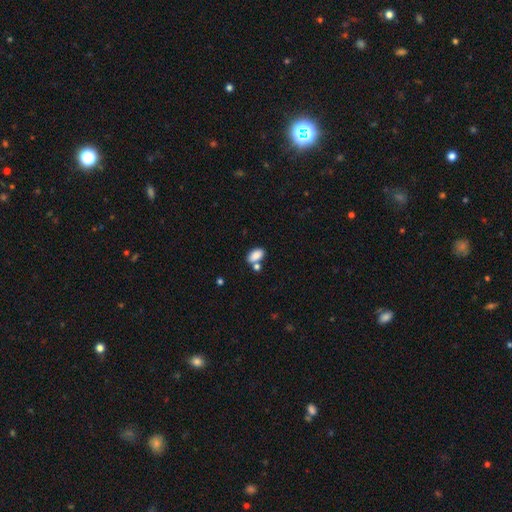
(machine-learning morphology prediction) A smooth galaxy with no disk features (86%) that is in between round and cigar-shaped (91%). Merging: none (58%).